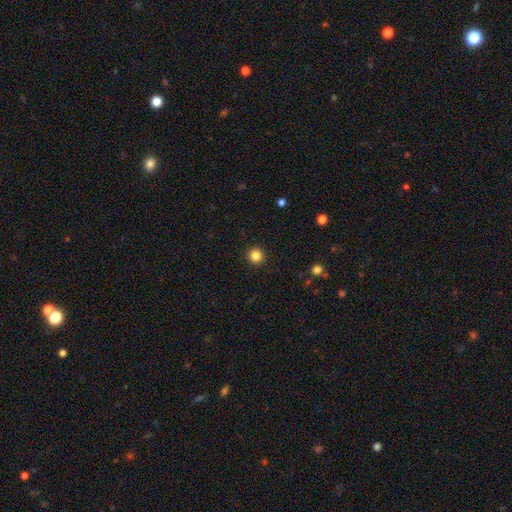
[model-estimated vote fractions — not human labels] Overall: smooth (84%). How rounded: round (95%). Merging: none (93%).